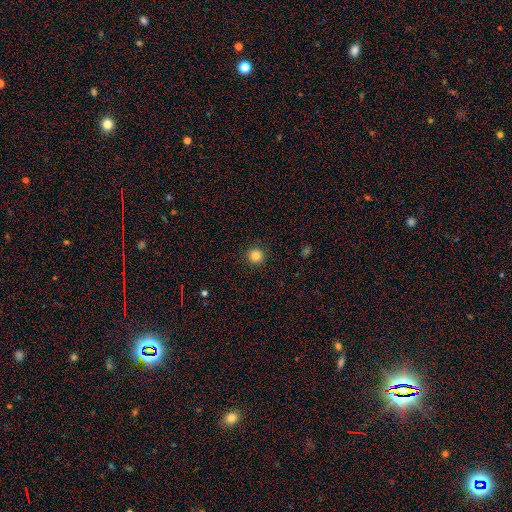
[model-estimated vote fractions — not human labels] Smooth or featured? Predicted: smooth (p=0.84). How rounded? Predicted: round (p=0.96). Merging? Predicted: none (p=0.92).